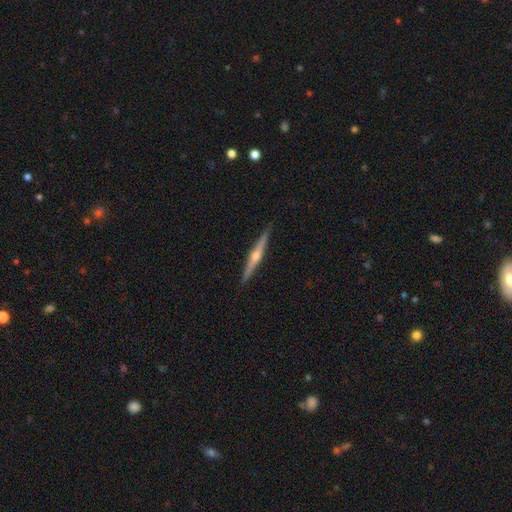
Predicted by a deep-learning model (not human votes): smooth_or_featured: featured or disk (p=0.79) [alt: smooth p=0.15]
disk_edge_on: yes (p=0.98) [alt: no p=0.02]
edge_on_bulge: rounded (p=0.92) [alt: none p=0.05]
merging: none (p=0.92) [alt: minor disturbance p=0.06]